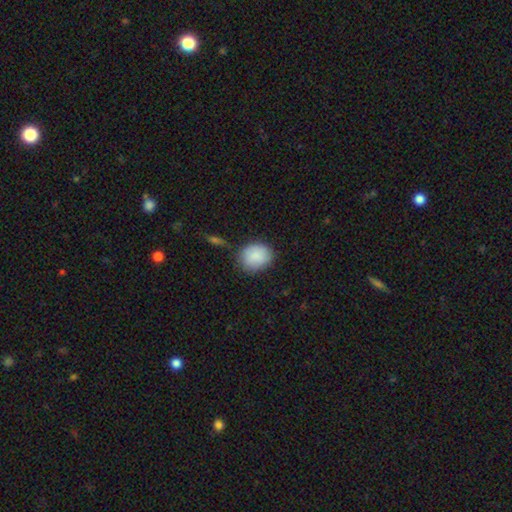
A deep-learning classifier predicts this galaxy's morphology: smooth_or_featured: smooth (p=0.88) [alt: star or artifact p=0.07]
how_rounded: round (p=0.59) [alt: in between p=0.40]
merging: none (p=0.75) [alt: minor disturbance p=0.17]